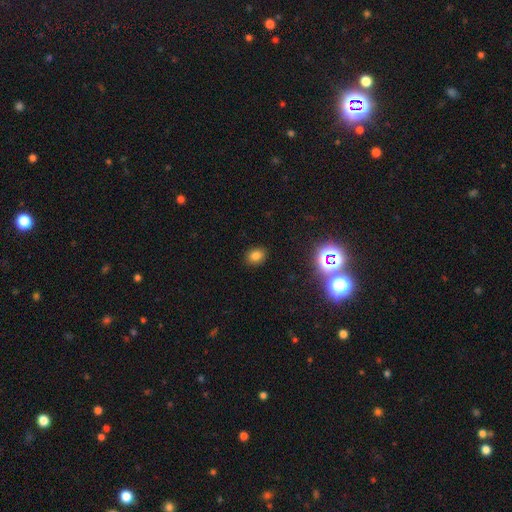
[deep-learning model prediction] Overall: smooth (76%). How rounded: in between (53%; round 46%). Merging: none (87%).